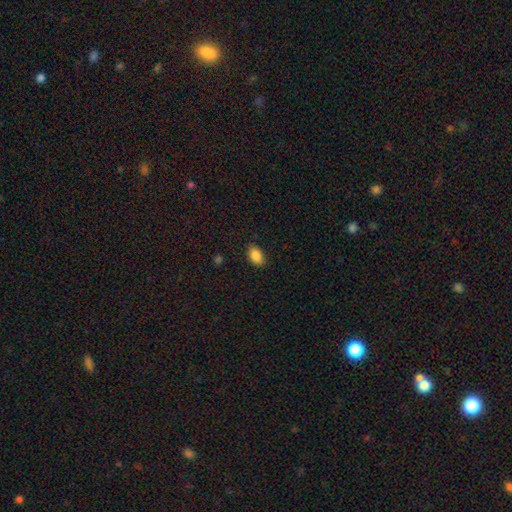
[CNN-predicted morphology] type=smooth (88%); roundness=in between (89%); merging=none (86%).